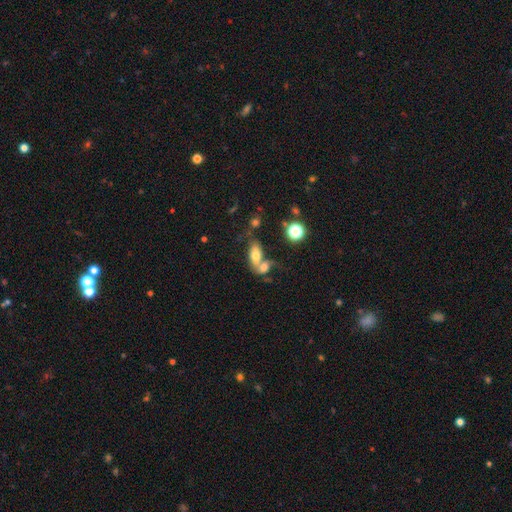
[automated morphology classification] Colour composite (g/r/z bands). It shows a smooth galaxy with no disk features (66%) that is in between round and cigar-shaped (84%). Merging: merger (61%).